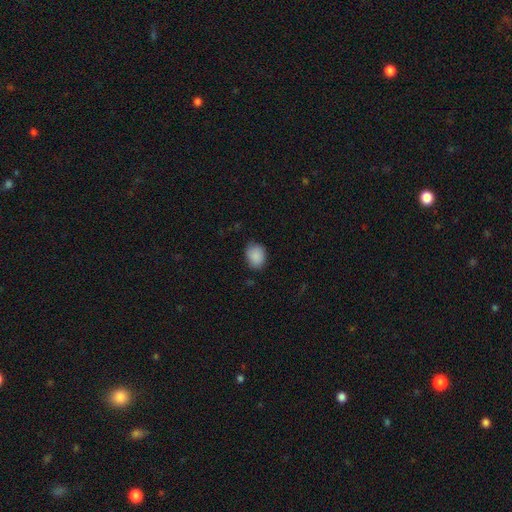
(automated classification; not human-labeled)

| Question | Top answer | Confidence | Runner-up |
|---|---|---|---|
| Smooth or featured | smooth | 89% | star or artifact (7%) |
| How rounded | in between | 63% | round (36%) |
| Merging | none | 78% | minor disturbance (18%) |